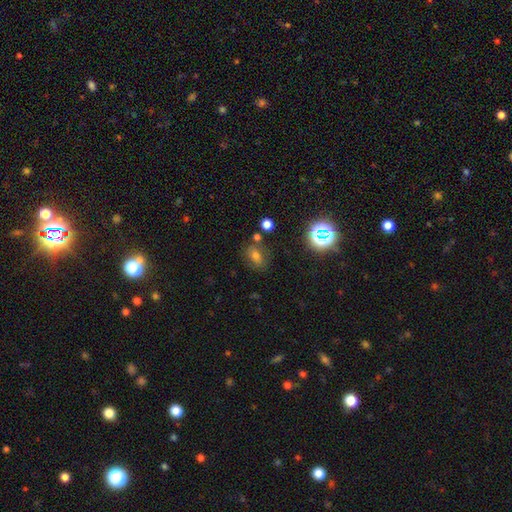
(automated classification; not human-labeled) smooth-or-featured: smooth: 64% | star or artifact: 23% | featured or disk: 13%
  how-rounded: in between: 71% | round: 26% | cigar-shaped: 3%
  merging: none: 70% | minor disturbance: 15% | merger: 9% | major disturbance: 6%